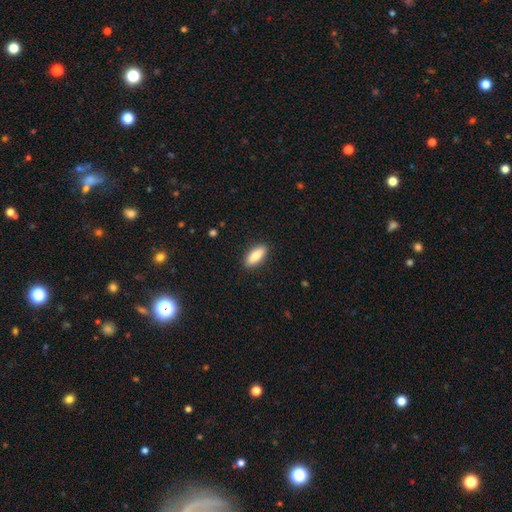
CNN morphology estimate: Q: Smooth or featured?
A: smooth (83%); runner-up: featured or disk (11%)
Q: How rounded?
A: in between (77%); runner-up: cigar-shaped (21%)
Q: Merging?
A: none (89%); runner-up: minor disturbance (8%)